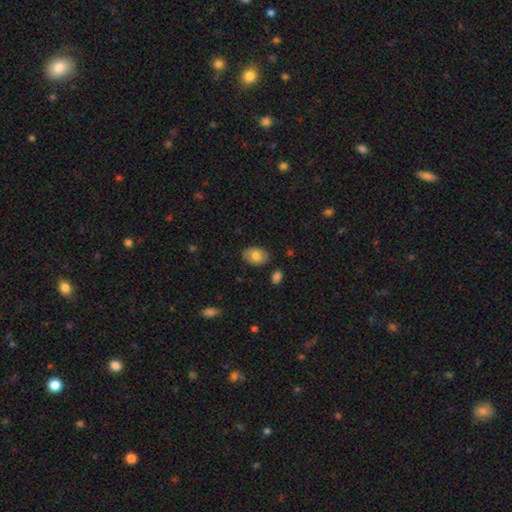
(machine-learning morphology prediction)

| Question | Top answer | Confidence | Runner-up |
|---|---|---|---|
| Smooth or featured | smooth | 78% | featured or disk (15%) |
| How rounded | in between | 85% | round (14%) |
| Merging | none | 85% | minor disturbance (11%) |